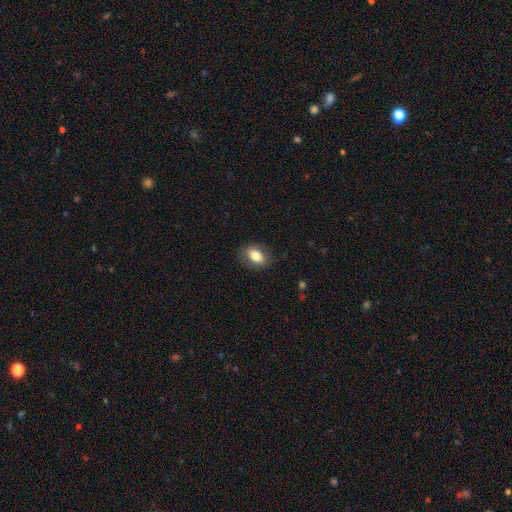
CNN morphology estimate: This appears to be a smooth galaxy with no disk features (80%) that is in between round and cigar-shaped (81%). Merging: none (83%).